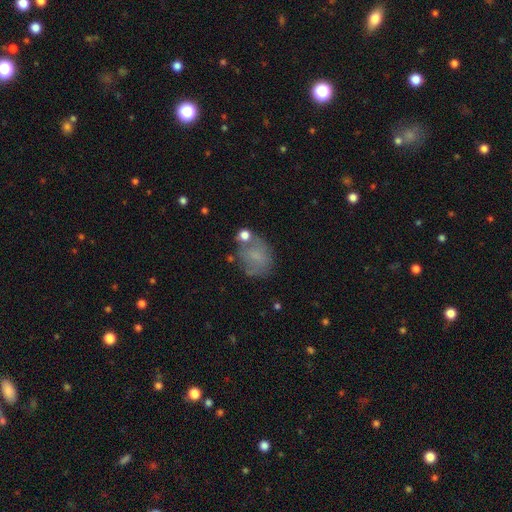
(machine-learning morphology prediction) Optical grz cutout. It shows a smooth galaxy with no disk features (62%) that is in between round and cigar-shaped (56%). Merging: none (53%).